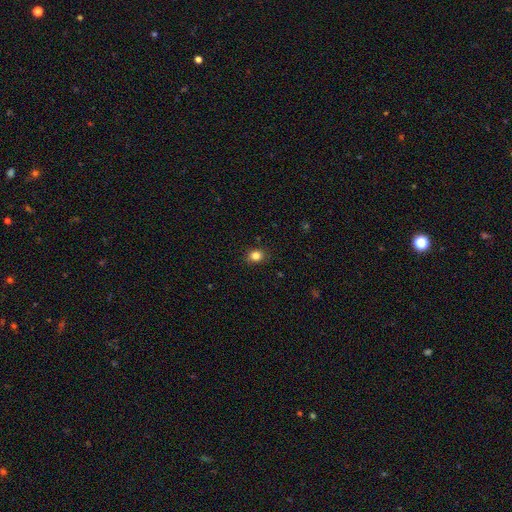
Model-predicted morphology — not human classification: Smooth or featured?
  - smooth: 84% *
  - star or artifact: 11%
  - featured or disk: 5%
How rounded?
  - round: 62% *
  - in between: 38%
  - cigar-shaped: 1%
Merging?
  - none: 87% *
  - minor disturbance: 9%
  - major disturbance: 2%
  - merger: 1%